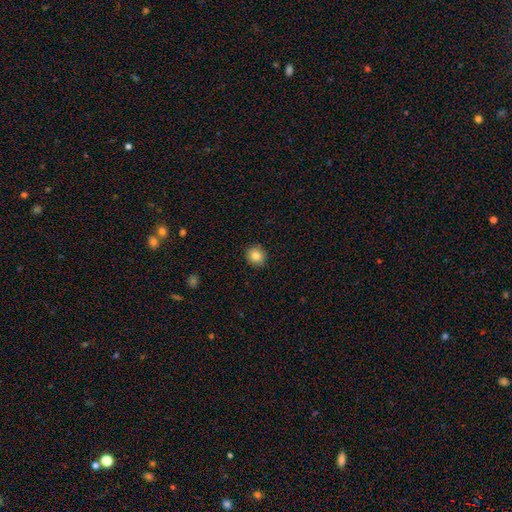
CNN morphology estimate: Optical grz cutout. It shows a smooth galaxy with no disk features (85%) that is round (83%). Merging: none (91%).